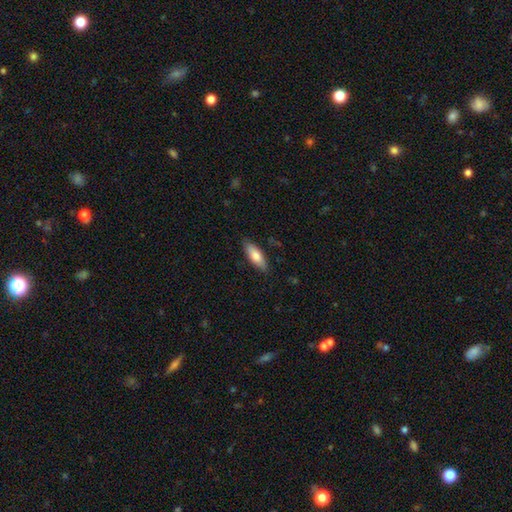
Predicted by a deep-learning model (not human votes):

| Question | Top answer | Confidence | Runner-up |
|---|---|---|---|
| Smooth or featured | smooth | 75% | featured or disk (19%) |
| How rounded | in between | 66% | cigar-shaped (32%) |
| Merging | none | 84% | minor disturbance (12%) |